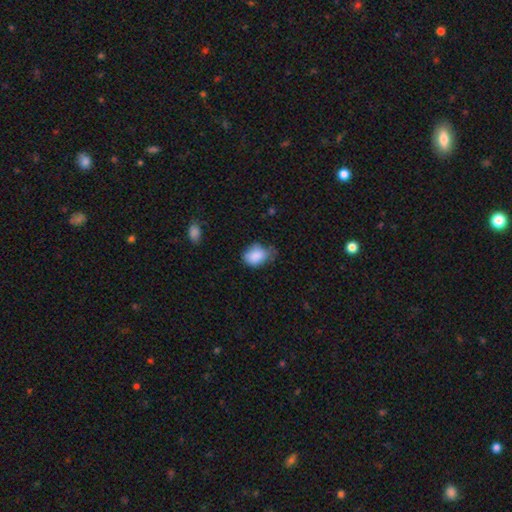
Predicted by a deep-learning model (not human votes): The model was most divided on "merging": none: 44%, minor disturbance: 42%, major disturbance: 10%, merger: 3%. More confident: smooth or featured — smooth (86%); how rounded — in between (73%).